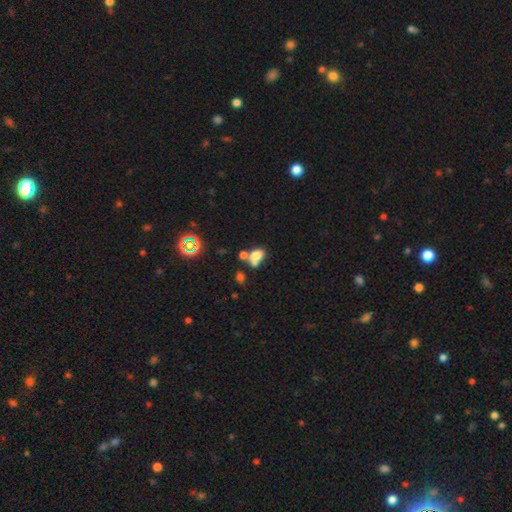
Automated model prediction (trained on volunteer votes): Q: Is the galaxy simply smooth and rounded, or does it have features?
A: smooth — 69%.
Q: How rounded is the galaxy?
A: in between — 72%.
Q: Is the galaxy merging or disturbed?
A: merger — 45%.